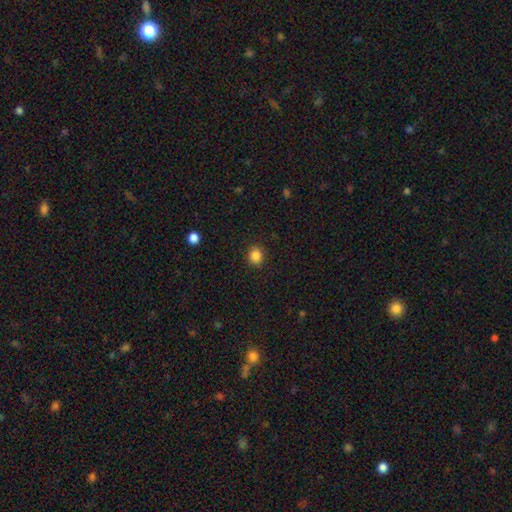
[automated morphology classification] Q: Smooth or featured?
A: smooth (85%); runner-up: star or artifact (11%)
Q: How rounded?
A: round (81%); runner-up: in between (18%)
Q: Merging?
A: none (90%); runner-up: minor disturbance (7%)